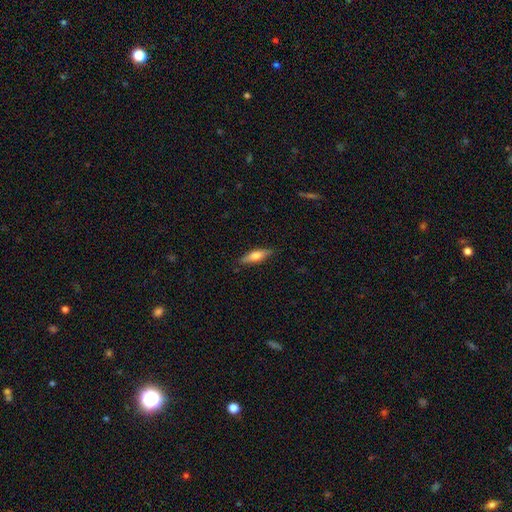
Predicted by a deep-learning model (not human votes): Smooth or featured?
  - smooth: 53% *
  - featured or disk: 41%
  - star or artifact: 6%
How rounded?
  - cigar-shaped: 63% *
  - in between: 35%
  - round: 2%
Merging?
  - none: 86% *
  - minor disturbance: 10%
  - major disturbance: 2%
  - merger: 1%